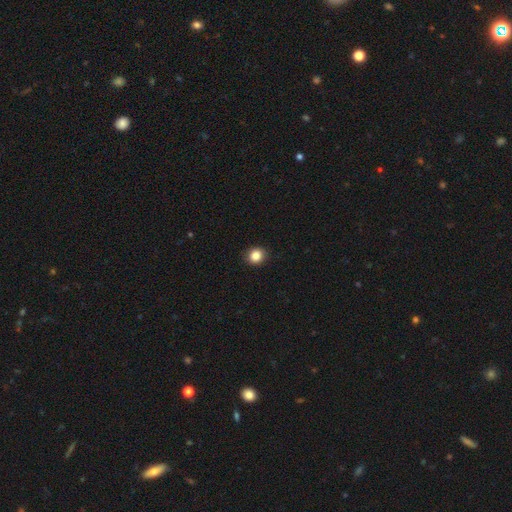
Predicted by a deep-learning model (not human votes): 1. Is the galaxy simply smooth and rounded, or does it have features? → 85% smooth, 10% star or artifact, 4% featured or disk.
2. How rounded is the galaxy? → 80% round, 19% in between, 1% cigar-shaped.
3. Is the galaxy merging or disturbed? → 91% none, 6% minor disturbance, 2% major disturbance, 1% merger.